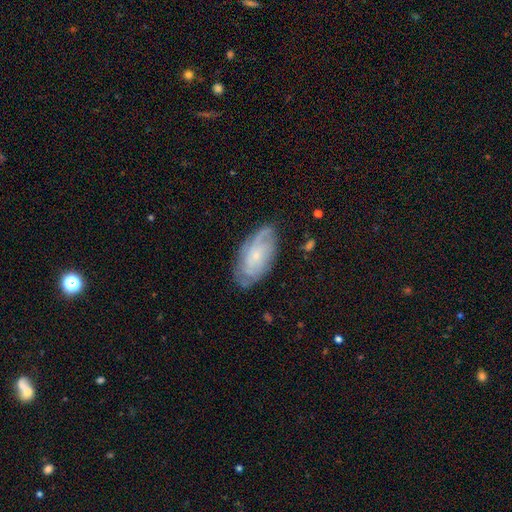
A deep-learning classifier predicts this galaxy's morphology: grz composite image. It shows a featured or disk galaxy (67%) with no bar (74%), tight (55%) spiral arms (88%) and a small central bulge (73%). Merging: none (74%).